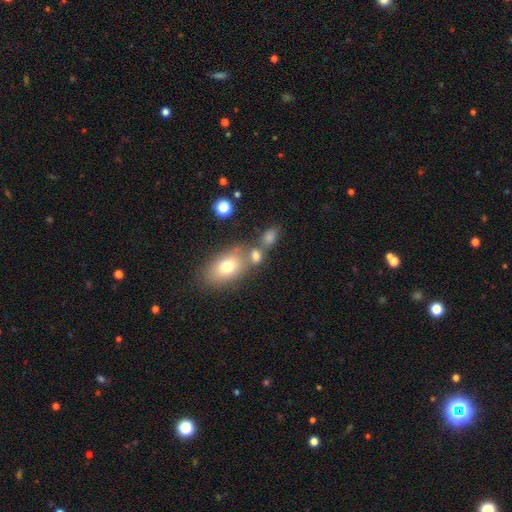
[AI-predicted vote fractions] Smooth or featured? Predicted: smooth (p=0.72). How rounded? Predicted: in between (p=0.72). Merging? Predicted: none (p=0.42).